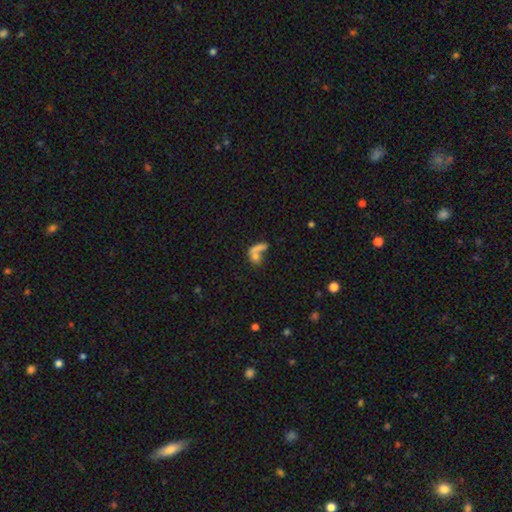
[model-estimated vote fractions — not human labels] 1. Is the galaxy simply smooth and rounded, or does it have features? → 56% smooth, 25% featured or disk, 19% star or artifact.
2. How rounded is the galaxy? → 52% in between, 34% round, 14% cigar-shaped.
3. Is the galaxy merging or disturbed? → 43% merger, 31% none, 16% major disturbance, 10% minor disturbance.